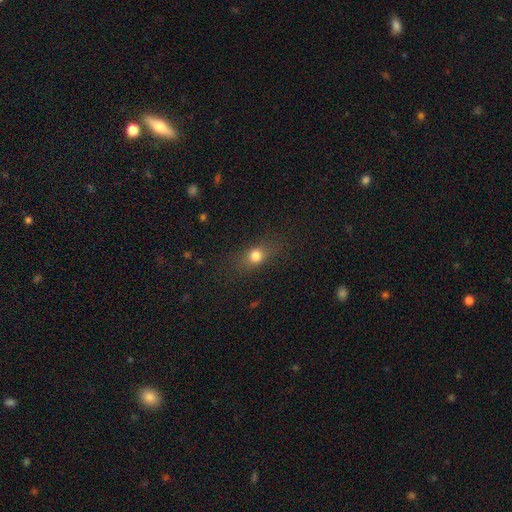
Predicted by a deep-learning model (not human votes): Morphology: type=smooth (73%); roundness=in between (49%); merging=none (78%).